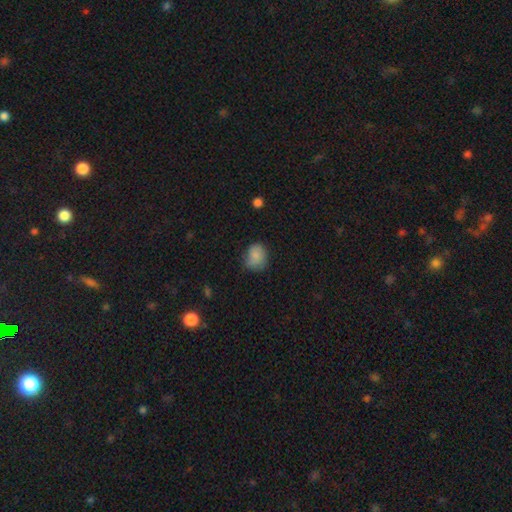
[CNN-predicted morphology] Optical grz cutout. It shows a smooth galaxy with no disk features (79%) that is round (59%). Merging: none (56%).